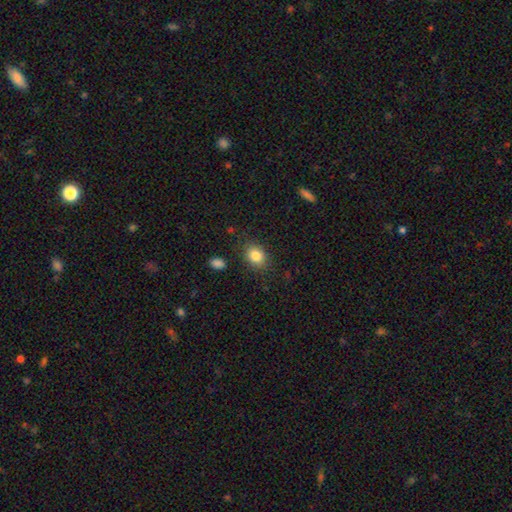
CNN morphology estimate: smooth-or-featured: smooth: 85% | star or artifact: 9% | featured or disk: 6%
  how-rounded: in between: 57% | round: 42% | cigar-shaped: 1%
  merging: none: 83% | minor disturbance: 12% | major disturbance: 3% | merger: 2%